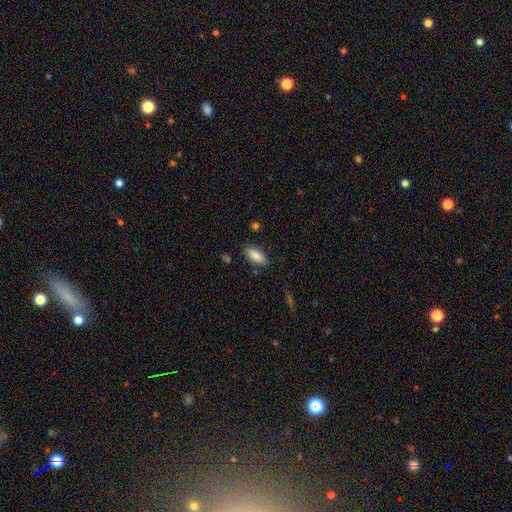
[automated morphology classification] smooth_or_featured: smooth (p=0.86) [alt: featured or disk p=0.07]
how_rounded: in between (p=0.82) [alt: cigar-shaped p=0.16]
merging: none (p=0.83) [alt: minor disturbance p=0.12]